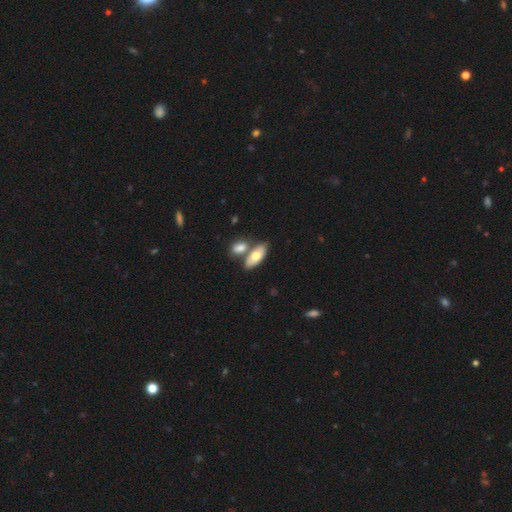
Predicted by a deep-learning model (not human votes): This appears to be a smooth galaxy with no disk features (69%) that is in between round and cigar-shaped (86%). Merging: none (54%).